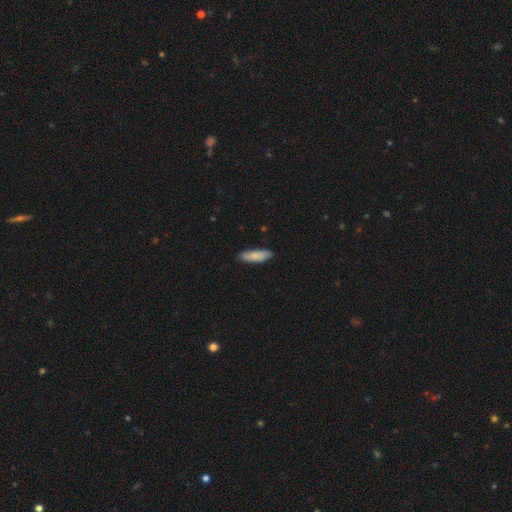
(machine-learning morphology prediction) Overall: smooth (85%). How rounded: cigar-shaped (61%; in between 37%). Merging: none (87%).